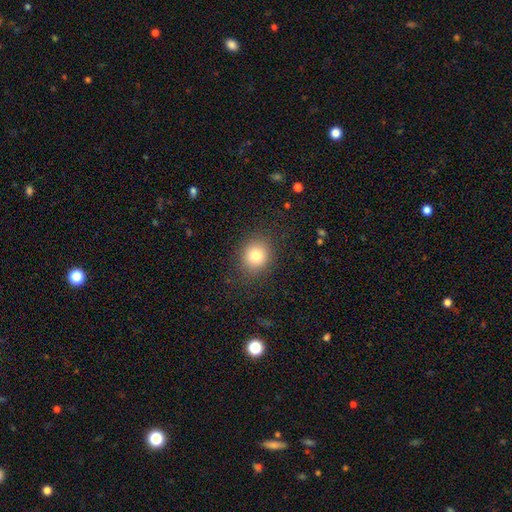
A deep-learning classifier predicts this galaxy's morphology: Overall: smooth (80%). How rounded: round (79%). Merging: none (87%).